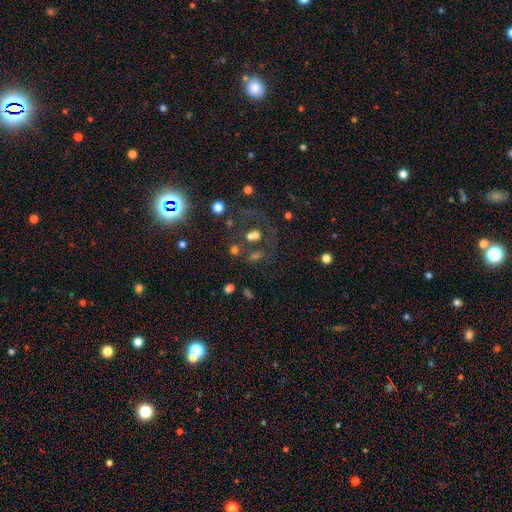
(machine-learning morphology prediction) Smooth or featured: star or artifact — 44% (smooth — 32%)